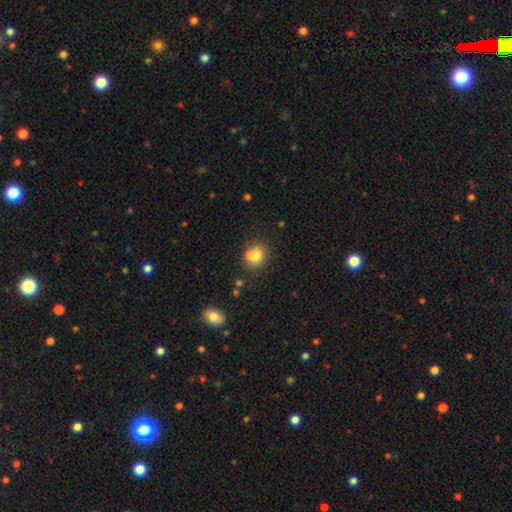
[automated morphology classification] type=smooth (72%); roundness=round (73%); merging=none (50%).